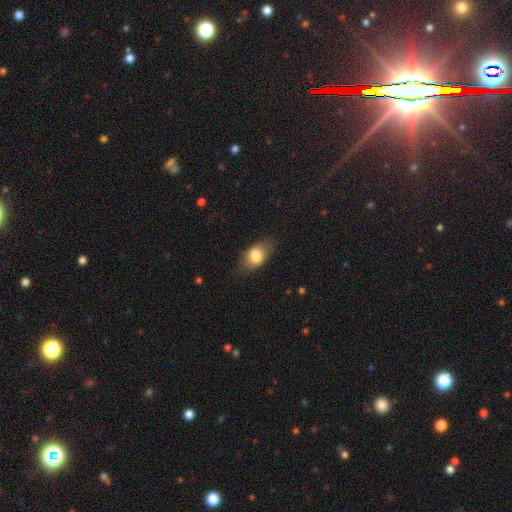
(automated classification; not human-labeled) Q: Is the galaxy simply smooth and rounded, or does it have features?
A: smooth — 78%.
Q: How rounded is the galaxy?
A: in between — 80%.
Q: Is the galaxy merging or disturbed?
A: none — 76%.